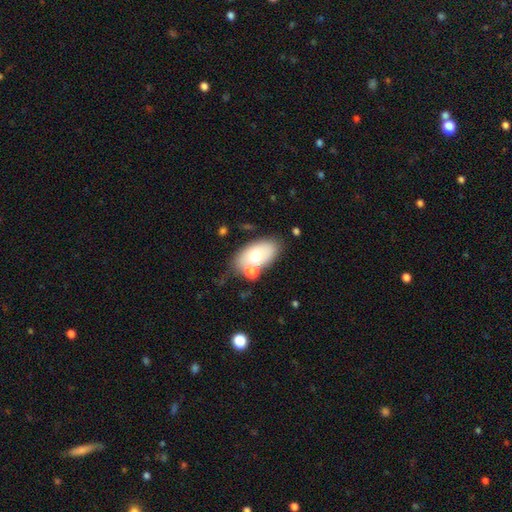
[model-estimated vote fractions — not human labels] smooth-or-featured: smooth: 63% | featured or disk: 29% | star or artifact: 8%
  how-rounded: in between: 91% | round: 7% | cigar-shaped: 2%
  merging: none: 58% | merger: 20% | minor disturbance: 16% | major disturbance: 6%